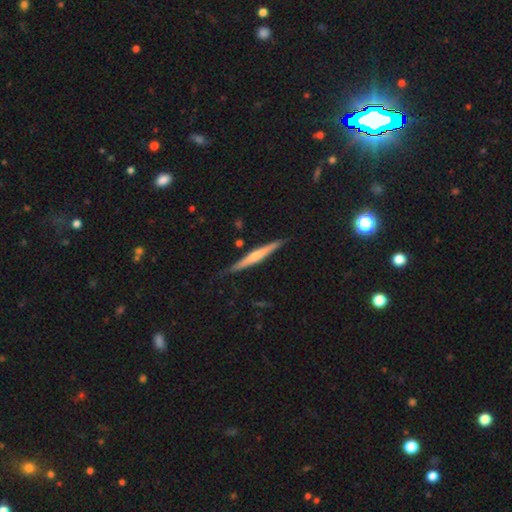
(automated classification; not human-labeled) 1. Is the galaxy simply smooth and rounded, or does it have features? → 56% featured or disk, 38% smooth, 6% star or artifact.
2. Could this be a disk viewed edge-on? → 97% yes, 3% no.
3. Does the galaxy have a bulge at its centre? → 54% rounded, 35% none, 11% boxy.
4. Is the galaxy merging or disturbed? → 83% none, 13% minor disturbance, 2% major disturbance, 2% merger.